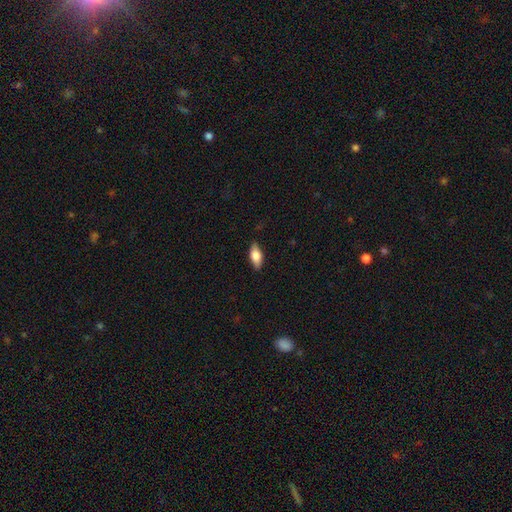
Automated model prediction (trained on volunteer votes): smooth-or-featured: smooth: 68% | featured or disk: 26% | star or artifact: 7%
  how-rounded: in between: 81% | cigar-shaped: 15% | round: 3%
  merging: none: 84% | minor disturbance: 12% | major disturbance: 2% | merger: 1%